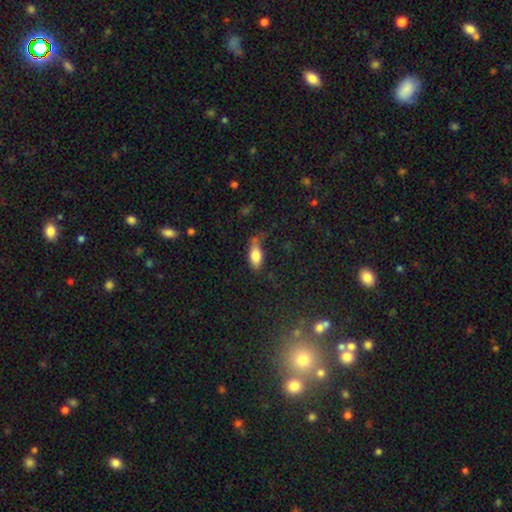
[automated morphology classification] Smooth or featured: smooth — 80% (featured or disk — 12%)
How rounded: in between — 85% (cigar-shaped — 11%)
Merging: none — 50% (minor disturbance — 30%)